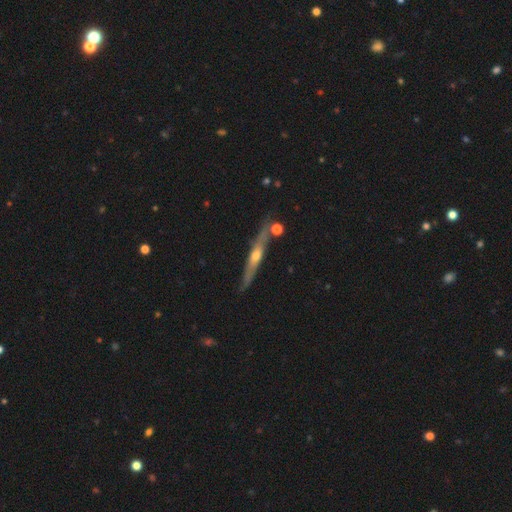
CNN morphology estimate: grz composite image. It shows a featured or disk galaxy (71%) viewed edge-on (92%) with a rounded central bulge (79%). Merging: none (79%).